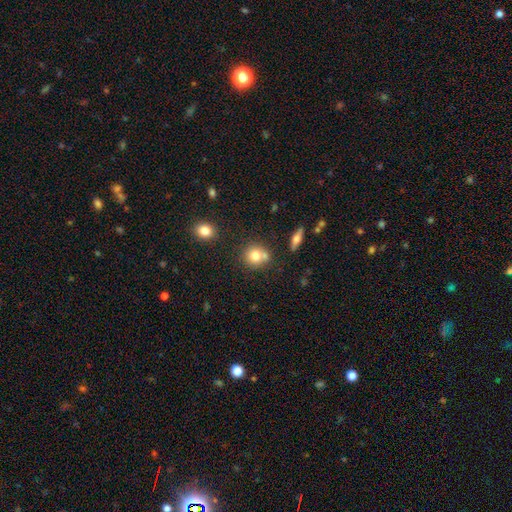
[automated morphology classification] Smooth or featured? Predicted: smooth (p=0.77). How rounded? Predicted: round (p=0.86). Merging? Predicted: none (p=0.60).